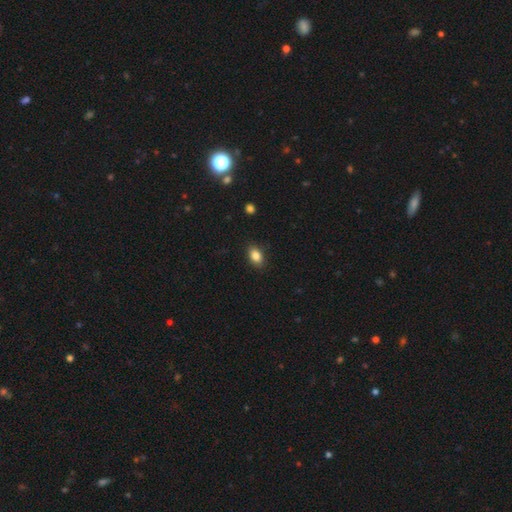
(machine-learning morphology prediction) Q: Smooth or featured?
A: smooth (85%); runner-up: star or artifact (9%)
Q: How rounded?
A: in between (85%); runner-up: round (13%)
Q: Merging?
A: none (88%); runner-up: minor disturbance (9%)